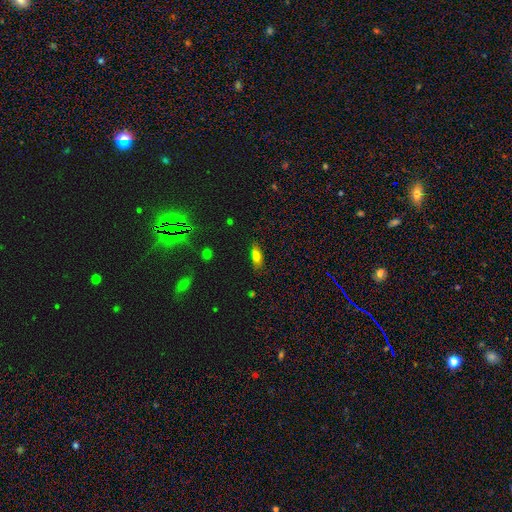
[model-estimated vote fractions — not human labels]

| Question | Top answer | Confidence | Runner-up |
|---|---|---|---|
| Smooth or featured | smooth | 68% | featured or disk (18%) |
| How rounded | in between | 70% | cigar-shaped (26%) |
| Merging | none | 80% | minor disturbance (15%) |